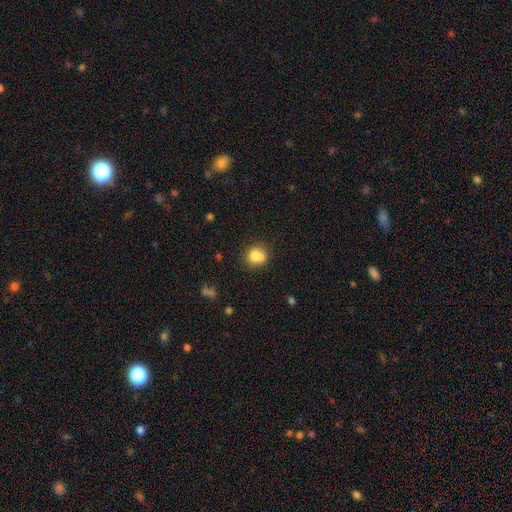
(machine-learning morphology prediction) This appears to be a smooth galaxy with no disk features (76%) that is round (73%). Merging: none (47%).